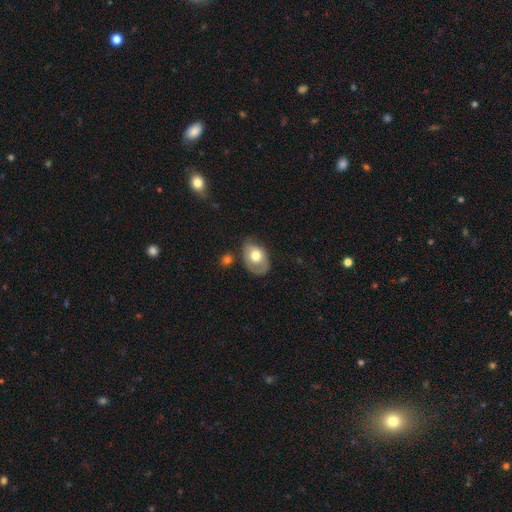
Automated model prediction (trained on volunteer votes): Smooth or featured: smooth — 62% (featured or disk — 31%)
How rounded: in between — 77% (round — 21%)
Merging: none — 52% (minor disturbance — 30%)